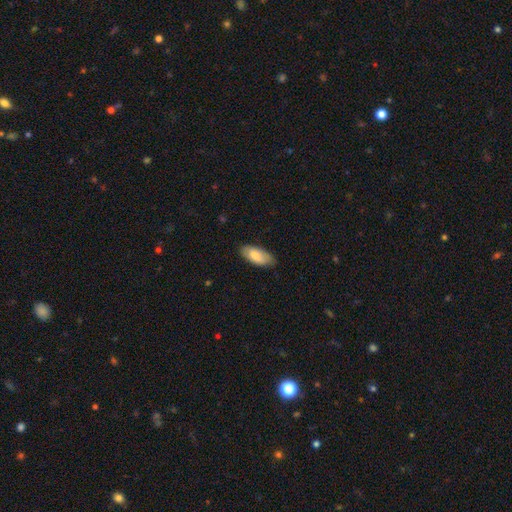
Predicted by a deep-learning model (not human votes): Morphology: type=smooth (81%); roundness=in between (89%); merging=none (80%).